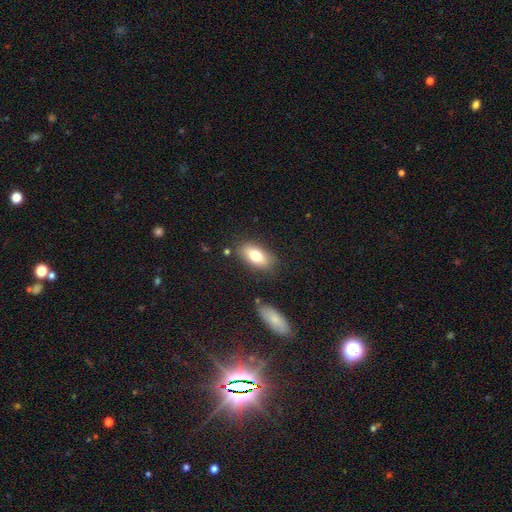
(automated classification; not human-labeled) A smooth galaxy with no disk features (75%) that is in between round and cigar-shaped (88%). Merging: none (81%).